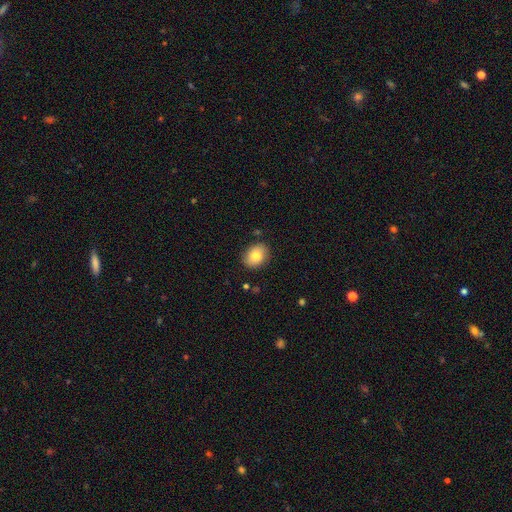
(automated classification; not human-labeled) This appears to be a smooth galaxy with no disk features (80%) that is in between round and cigar-shaped (54%). Merging: none (86%).